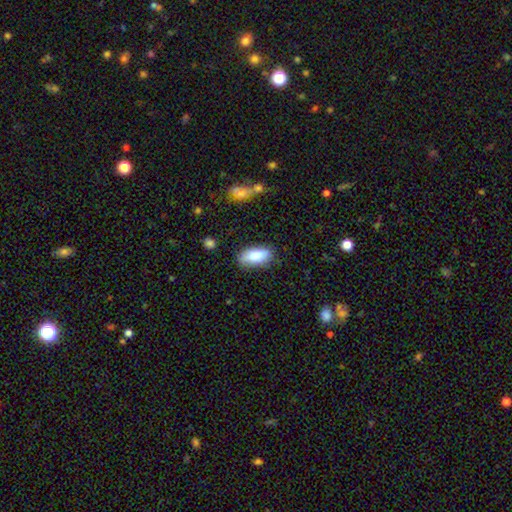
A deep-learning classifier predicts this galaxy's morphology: Smooth or featured?
  - smooth: 82% *
  - featured or disk: 11%
  - star or artifact: 6%
How rounded?
  - in between: 85% *
  - cigar-shaped: 12%
  - round: 3%
Merging?
  - none: 81% *
  - minor disturbance: 14%
  - major disturbance: 3%
  - merger: 2%